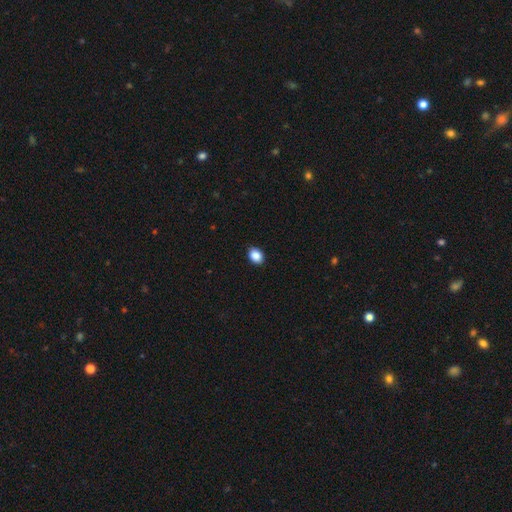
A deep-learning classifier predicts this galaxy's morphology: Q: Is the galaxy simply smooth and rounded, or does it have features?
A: smooth — 89%.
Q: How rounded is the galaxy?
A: in between — 69%.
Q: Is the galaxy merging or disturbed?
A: none — 89%.